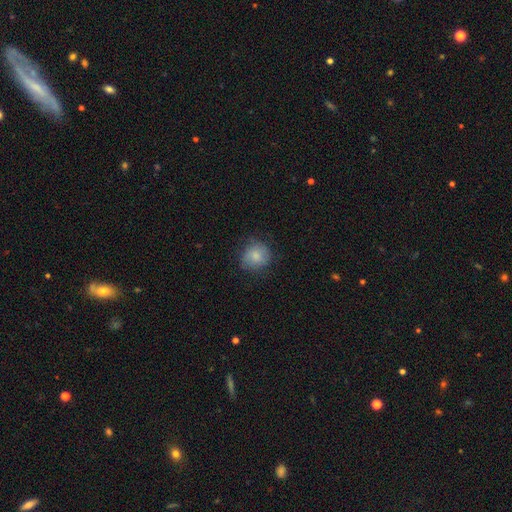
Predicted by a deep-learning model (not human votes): Overall: smooth (82%). How rounded: round (86%). Merging: none (74%).